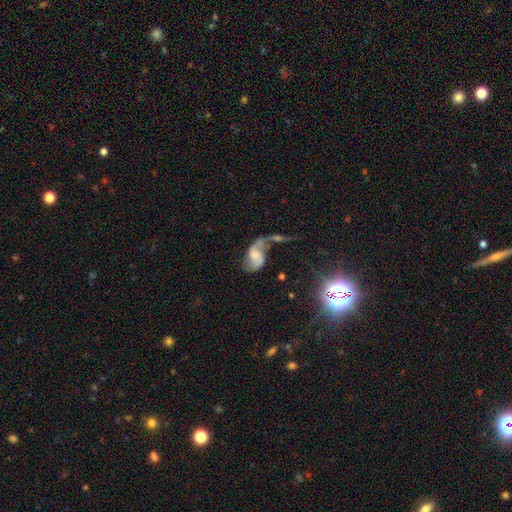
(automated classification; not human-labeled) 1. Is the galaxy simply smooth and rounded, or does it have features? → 72% featured or disk, 19% smooth, 8% star or artifact.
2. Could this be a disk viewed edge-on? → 97% no, 3% yes.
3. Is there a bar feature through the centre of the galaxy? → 53% no, 38% weak, 9% strong.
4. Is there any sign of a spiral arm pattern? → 88% yes, 12% no.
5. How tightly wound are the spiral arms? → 68% loose, 25% medium, 7% tight.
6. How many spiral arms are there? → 82% 2, 11% 1, 5% can't tell, 1% 3, 1% 4, 1% more than 4.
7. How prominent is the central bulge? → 34% small, 30% moderate, 26% none, 8% large, 2% dominant.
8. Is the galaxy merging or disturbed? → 31% merger, 27% none, 27% major disturbance, 16% minor disturbance.